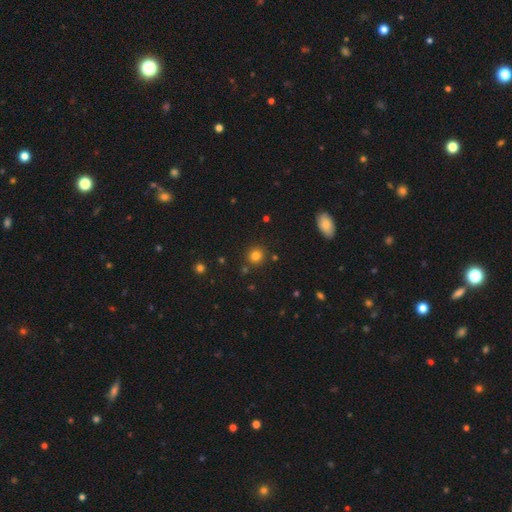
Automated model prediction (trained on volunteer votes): smooth_or_featured: smooth (p=0.80) [alt: star or artifact p=0.14]
how_rounded: round (p=0.91) [alt: in between p=0.08]
merging: none (p=0.86) [alt: minor disturbance p=0.07]